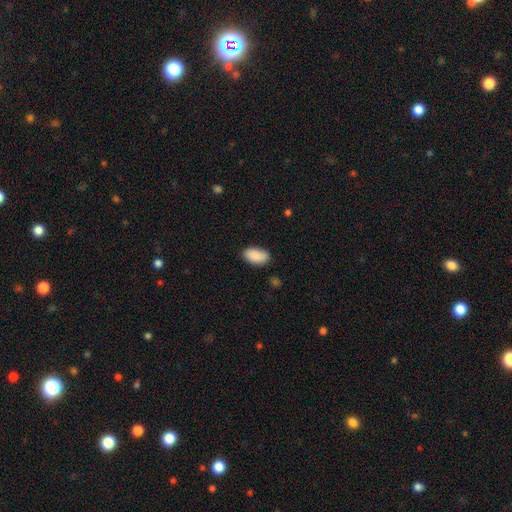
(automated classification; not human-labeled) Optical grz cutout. It shows a smooth galaxy with no disk features (88%) that is in between round and cigar-shaped (94%). Merging: none (81%).